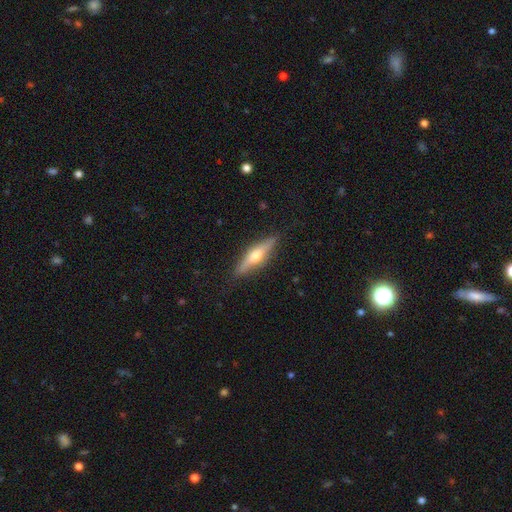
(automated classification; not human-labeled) Overall: featured or disk (62%; smooth 32%). Edge-on disk: yes (95%). Edge-on bulge: rounded (92%). Merging: none (88%).